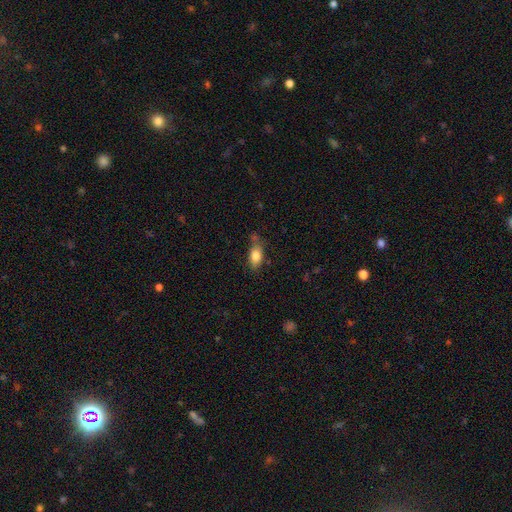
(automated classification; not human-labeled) Smooth or featured?
  - smooth: 82% *
  - featured or disk: 10%
  - star or artifact: 8%
How rounded?
  - in between: 86% *
  - cigar-shaped: 7%
  - round: 7%
Merging?
  - none: 62% *
  - minor disturbance: 23%
  - merger: 8%
  - major disturbance: 6%